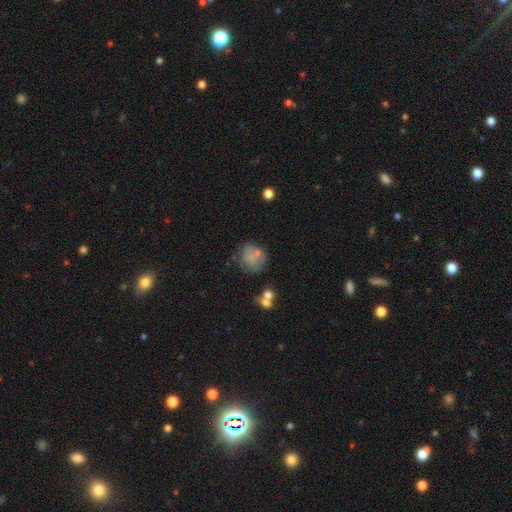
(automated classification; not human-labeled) This appears to be a smooth galaxy with no disk features (65%) that is round (77%). Merging: none (49%).